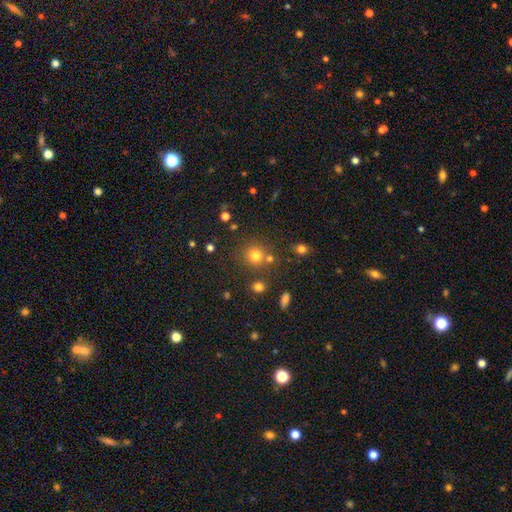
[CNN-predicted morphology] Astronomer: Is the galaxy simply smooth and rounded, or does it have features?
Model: smooth — 75%.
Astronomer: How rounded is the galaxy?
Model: round — 90%.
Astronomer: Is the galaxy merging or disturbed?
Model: none — 73%.